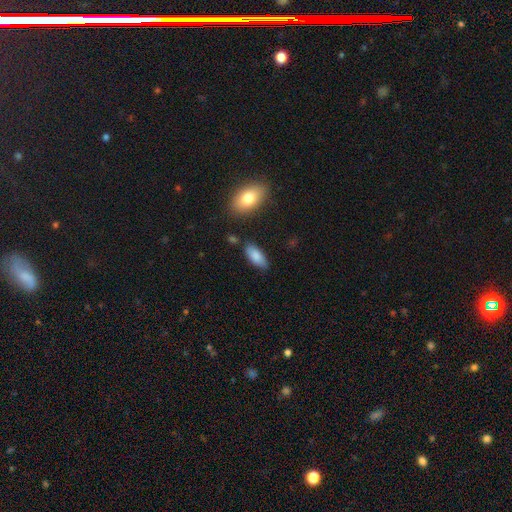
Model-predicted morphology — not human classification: Smooth or featured? Predicted: smooth (p=0.85). How rounded? Predicted: in between (p=0.86). Merging? Predicted: none (p=0.79).